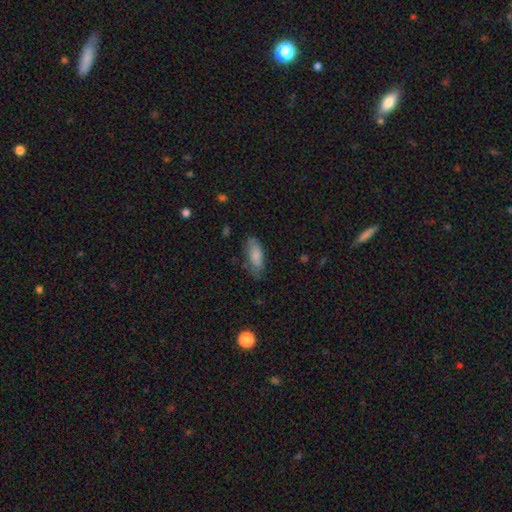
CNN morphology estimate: Smooth or featured: smooth — 78% (featured or disk — 15%)
How rounded: in between — 84% (cigar-shaped — 13%)
Merging: none — 63% (minor disturbance — 27%)